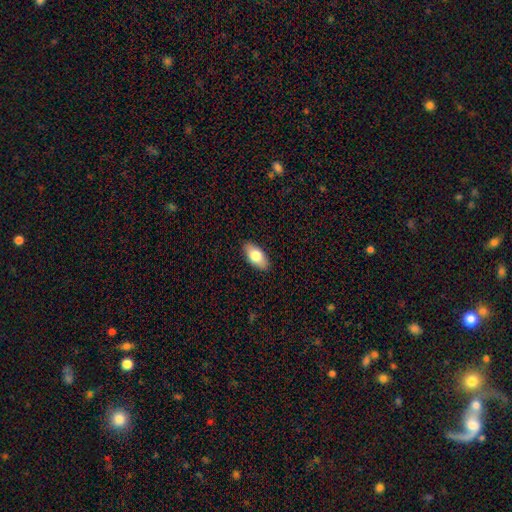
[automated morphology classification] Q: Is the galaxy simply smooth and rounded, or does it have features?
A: smooth — 79%.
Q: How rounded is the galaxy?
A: in between — 93%.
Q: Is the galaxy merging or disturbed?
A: none — 89%.